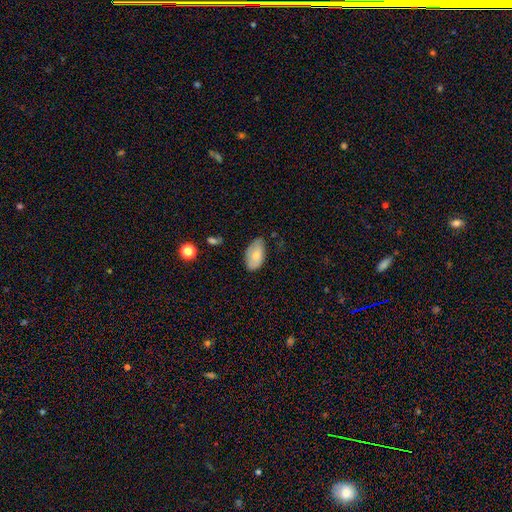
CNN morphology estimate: This is likely a smooth galaxy (74%). How rounded: clearly in between (95%). Merging: likely none (60%).